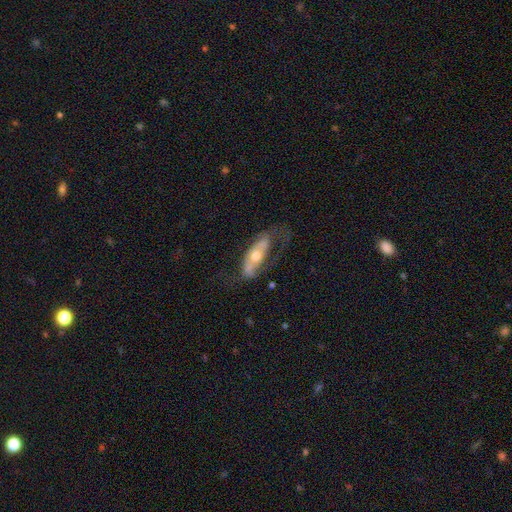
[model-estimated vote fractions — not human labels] Smooth or featured?
  - featured or disk: 62% *
  - smooth: 32%
  - star or artifact: 6%
Edge-on disk?
  - no: 75% *
  - yes: 25%
Merging?
  - none: 44% *
  - major disturbance: 29%
  - minor disturbance: 24%
  - merger: 3%